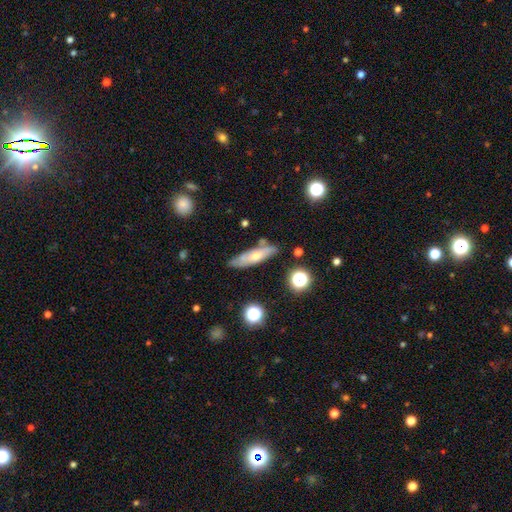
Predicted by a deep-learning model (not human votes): smooth 46%, featured or disk 45%, star or artifact 9%. Down the decision tree: merging — none (73%).